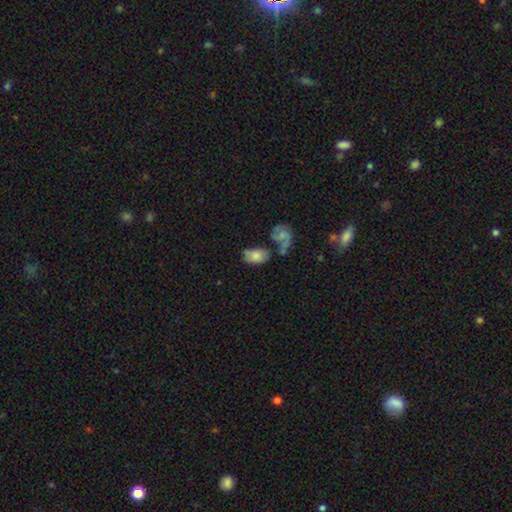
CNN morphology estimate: Smooth or featured: smooth — 74% (featured or disk — 18%)
How rounded: in between — 91% (round — 7%)
Merging: none — 41% (merger — 24%)